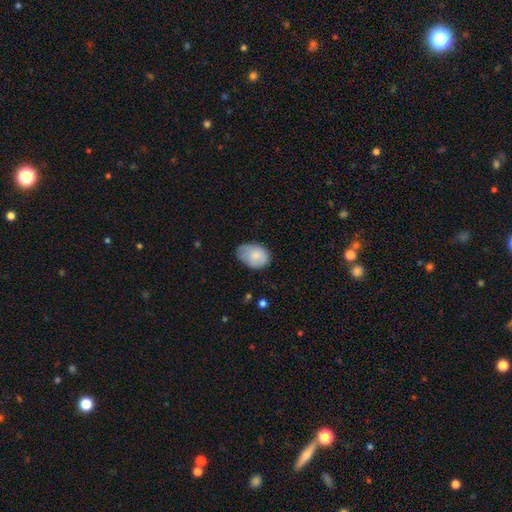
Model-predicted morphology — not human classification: Smooth or featured: smooth — 80% (featured or disk — 13%)
How rounded: in between — 79% (round — 20%)
Merging: none — 51% (minor disturbance — 39%)